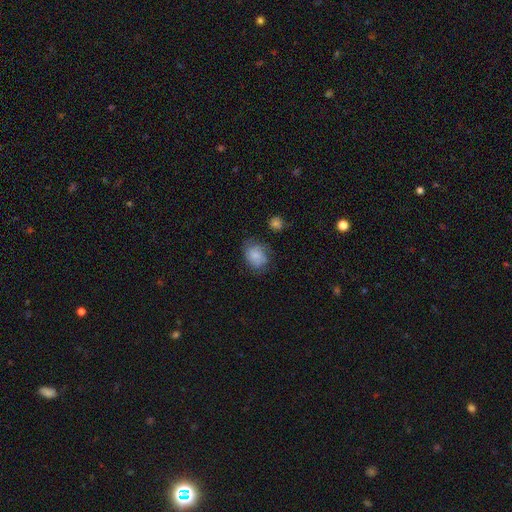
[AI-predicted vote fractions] Q: Smooth or featured?
A: smooth (64%); runner-up: featured or disk (27%)
Q: How rounded?
A: in between (55%); runner-up: round (44%)
Q: Merging?
A: none (59%); runner-up: minor disturbance (26%)